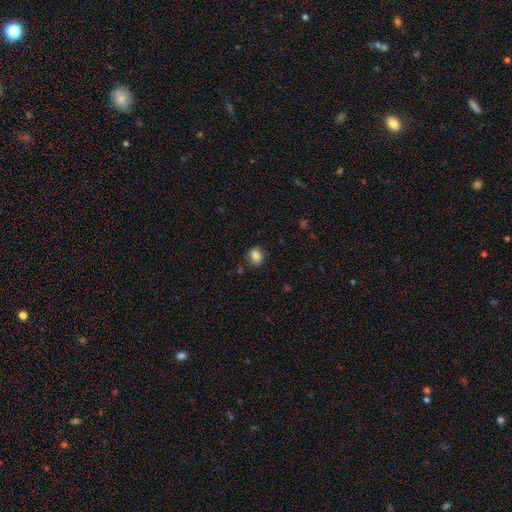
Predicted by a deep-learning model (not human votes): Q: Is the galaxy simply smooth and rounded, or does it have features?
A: smooth — 85%.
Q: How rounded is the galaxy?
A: in between — 54%.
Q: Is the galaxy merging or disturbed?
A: none — 83%.